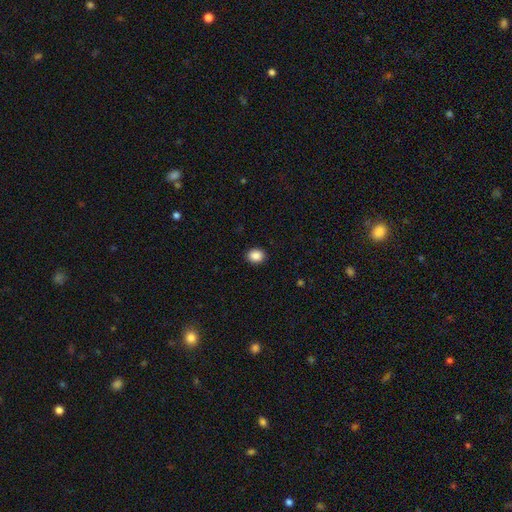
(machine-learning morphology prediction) Smooth or featured? smooth (88%)
How rounded? round (57%)
Merging? none (90%)